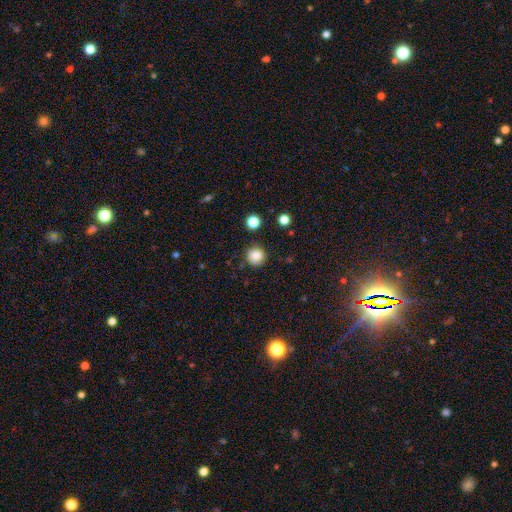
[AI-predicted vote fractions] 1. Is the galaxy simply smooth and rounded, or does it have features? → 83% smooth, 11% star or artifact, 6% featured or disk.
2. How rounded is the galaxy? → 94% round, 5% in between, 1% cigar-shaped.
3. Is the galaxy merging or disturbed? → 86% none, 9% minor disturbance, 3% major disturbance, 2% merger.